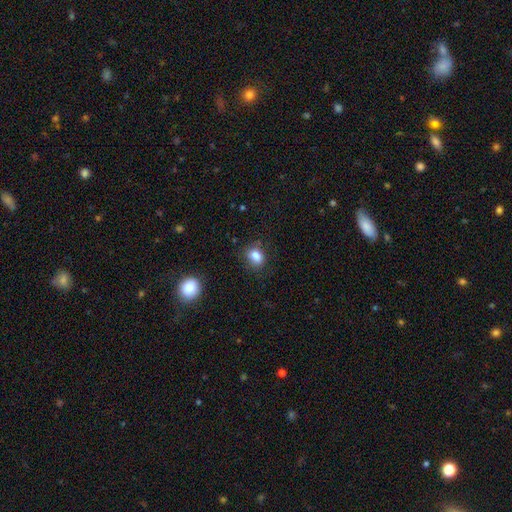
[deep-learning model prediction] This appears to be a smooth galaxy with no disk features (83%) that is in between round and cigar-shaped (61%). Merging: none (74%).